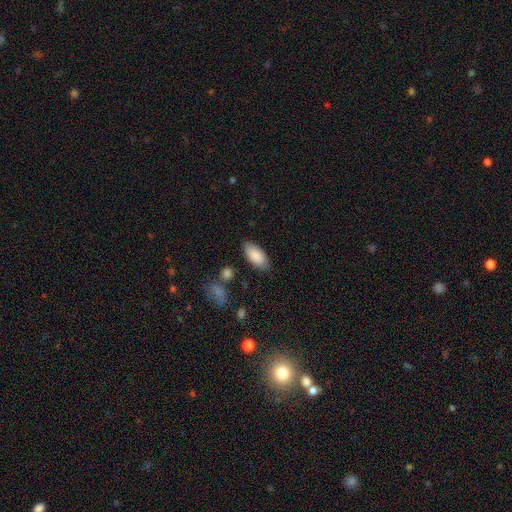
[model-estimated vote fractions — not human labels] Smooth or featured: smooth — 87% (featured or disk — 7%)
How rounded: in between — 91% (cigar-shaped — 7%)
Merging: none — 82% (minor disturbance — 13%)